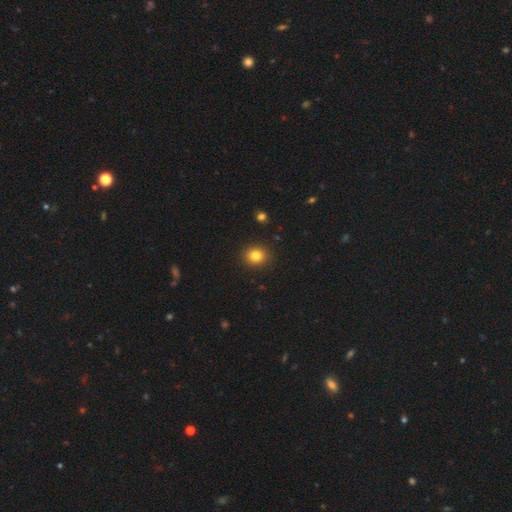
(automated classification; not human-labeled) smooth-or-featured: smooth: 83% | star or artifact: 11% | featured or disk: 6%
  how-rounded: round: 79% | in between: 20% | cigar-shaped: 1%
  merging: none: 91% | minor disturbance: 6% | major disturbance: 2% | merger: 1%